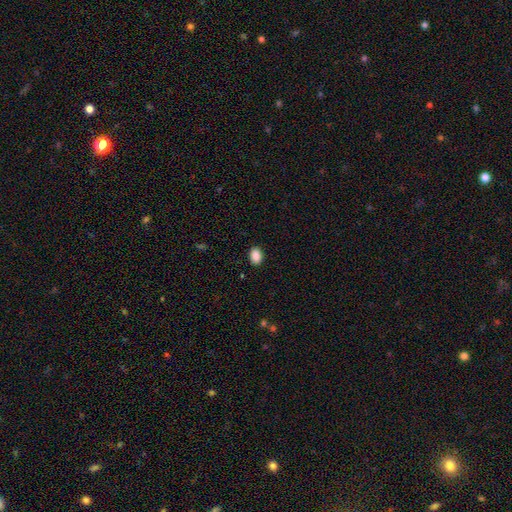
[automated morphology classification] A smooth galaxy with no disk features (89%) that is in between round and cigar-shaped (78%).

Vote fractions:
- Smooth or featured? smooth: 89% / star or artifact: 8% / featured or disk: 3%
- How rounded? in between: 78% / round: 20% / cigar-shaped: 1%
- Merging? none: 89% / minor disturbance: 8% / major disturbance: 2% / merger: 1%